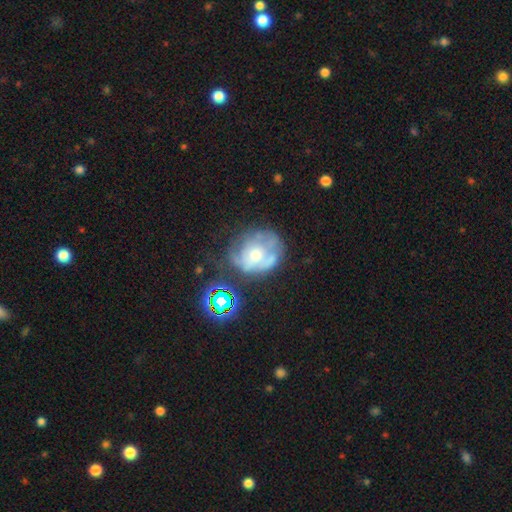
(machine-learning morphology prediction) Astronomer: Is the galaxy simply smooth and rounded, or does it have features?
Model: featured or disk — 58%.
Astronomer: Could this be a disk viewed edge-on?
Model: no — 97%.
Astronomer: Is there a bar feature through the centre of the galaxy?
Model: no — 83%.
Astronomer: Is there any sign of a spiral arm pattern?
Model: no — 52% (runner-up: yes, 48%).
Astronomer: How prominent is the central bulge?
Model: moderate — 57% (runner-up: small, 33%).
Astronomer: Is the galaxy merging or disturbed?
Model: none — 41% (runner-up: minor disturbance, 27%).